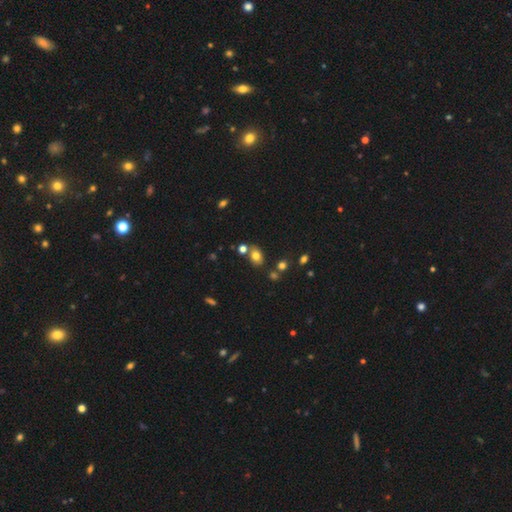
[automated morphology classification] A smooth galaxy with no disk features (75%) that is in between round and cigar-shaped (69%). Merging: none (69%).